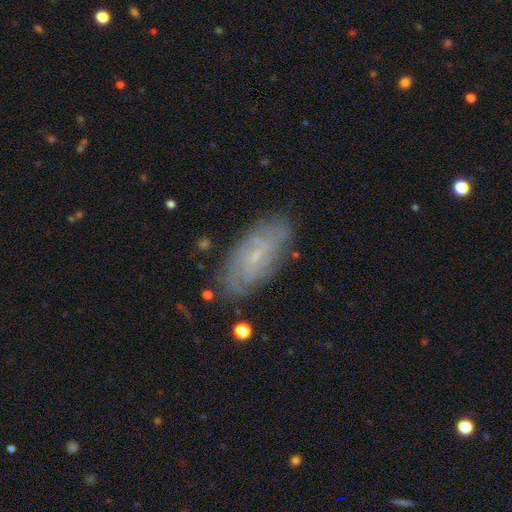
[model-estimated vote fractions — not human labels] A featured or disk galaxy (65%) with no bar (54%), spiral arms (82%) and a small central bulge (79%).

Vote fractions:
- Smooth or featured? featured or disk: 65% / smooth: 26% / star or artifact: 9%
- Edge-on disk? no: 90% / yes: 10%
- Bar? no: 54% / weak: 39% / strong: 7%
- Spiral arms? yes: 82% / no: 18%
- Bulge size? small: 79% / moderate: 12% / none: 6% / large: 1% / dominant: 1%
- Merging? none: 78% / minor disturbance: 16% / major disturbance: 4% / merger: 2%